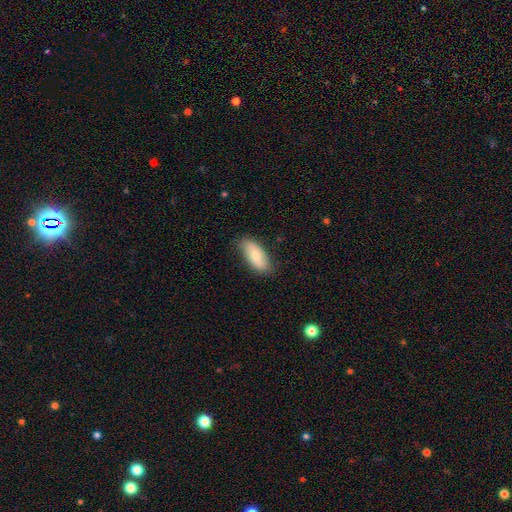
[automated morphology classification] This is likely a smooth galaxy (70%). How rounded: clearly in between (87%). Merging: likely none (80%).